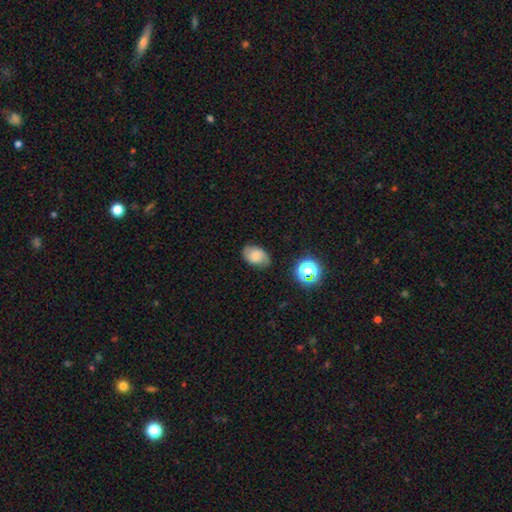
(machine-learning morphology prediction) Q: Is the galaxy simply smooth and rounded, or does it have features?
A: smooth — 62%.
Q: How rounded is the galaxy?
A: in between — 84%.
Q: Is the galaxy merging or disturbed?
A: none — 74%.